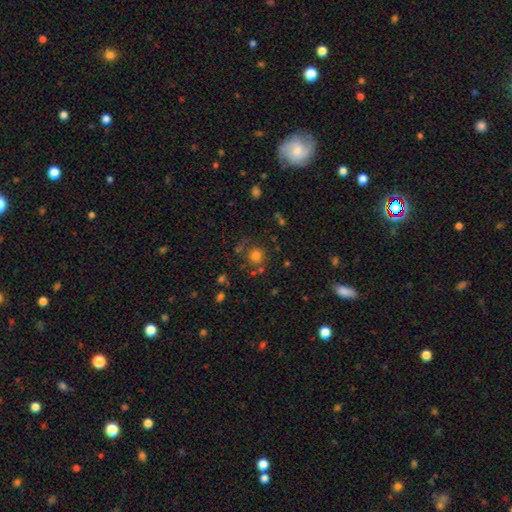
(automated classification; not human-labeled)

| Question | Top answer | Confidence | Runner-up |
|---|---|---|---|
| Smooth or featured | smooth | 75% | star or artifact (17%) |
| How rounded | round | 91% | in between (8%) |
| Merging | none | 72% | minor disturbance (11%) |